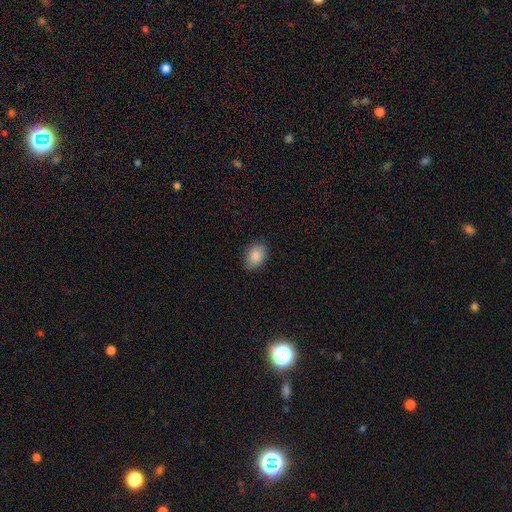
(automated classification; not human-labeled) This appears to be a smooth galaxy with no disk features (87%) that is in between round and cigar-shaped (70%). Merging: none (79%).